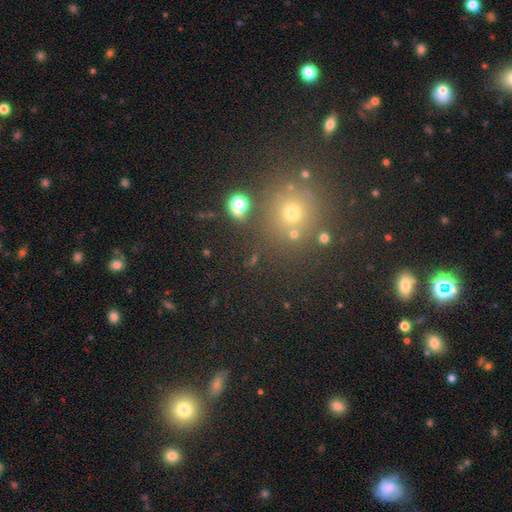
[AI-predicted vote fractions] Smooth or featured? Predicted: smooth (p=0.49). Merging? Predicted: none (p=0.79).